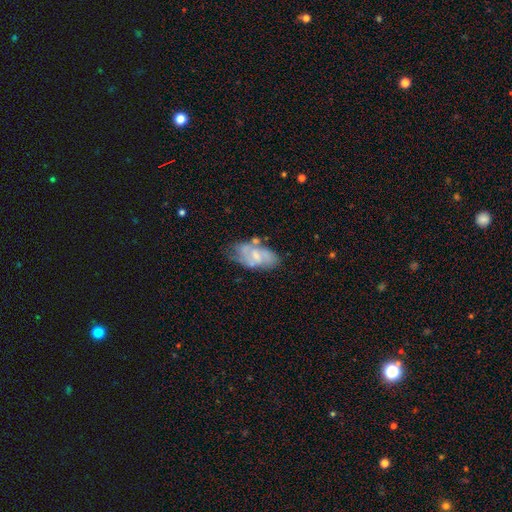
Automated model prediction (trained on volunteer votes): Smooth or featured?
  - featured or disk: 56% *
  - smooth: 36%
  - star or artifact: 7%
Edge-on disk?
  - no: 94% *
  - yes: 6%
Bar?
  - no: 45% *
  - weak: 44%
  - strong: 11%
Spiral arms?
  - yes: 56% *
  - no: 44%
Bulge size?
  - small: 44% *
  - moderate: 33%
  - none: 18%
  - large: 3%
  - dominant: 1%
Merging?
  - none: 44% *
  - minor disturbance: 31%
  - major disturbance: 15%
  - merger: 10%